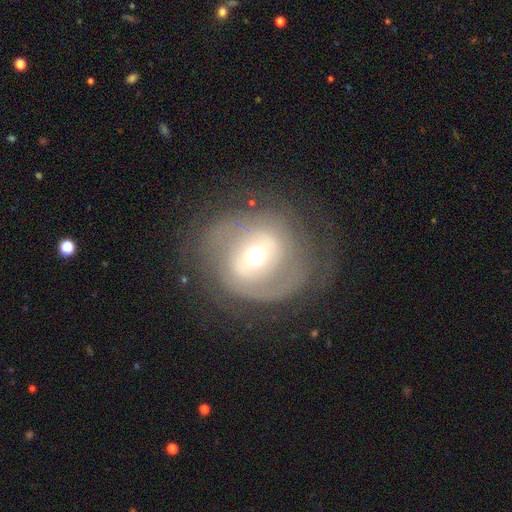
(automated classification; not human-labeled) A featured or disk galaxy (69%) with no bar (52%), spiral arms (73%) and a moderate central bulge (64%). Merging: none (67%).